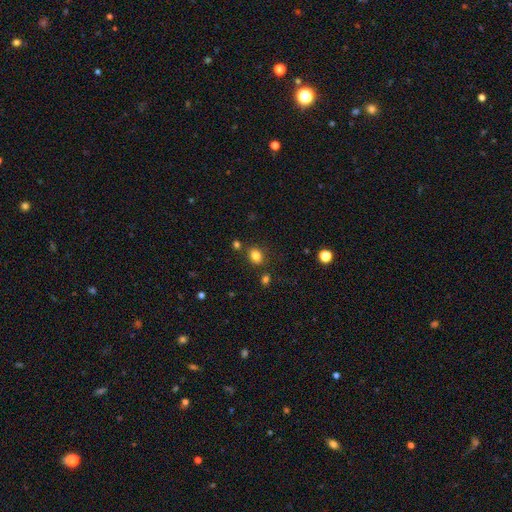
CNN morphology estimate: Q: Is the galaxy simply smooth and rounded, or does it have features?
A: smooth — 82%.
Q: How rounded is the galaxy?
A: round — 55%.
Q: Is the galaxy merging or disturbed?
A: none — 80%.